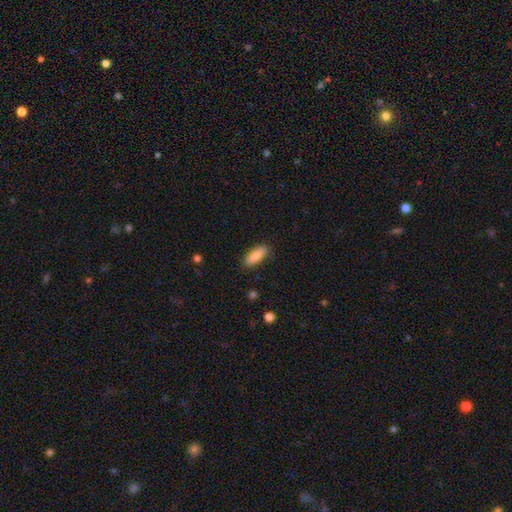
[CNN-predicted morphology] Overall: smooth (87%). How rounded: in between (66%; cigar-shaped 32%). Merging: none (86%).